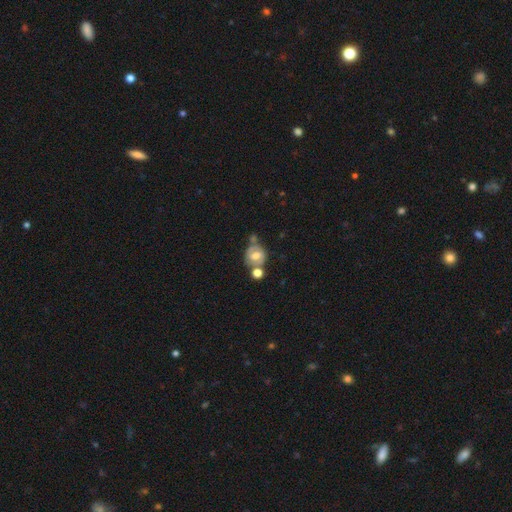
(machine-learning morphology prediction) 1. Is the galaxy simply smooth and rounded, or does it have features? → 51% featured or disk, 40% smooth, 9% star or artifact.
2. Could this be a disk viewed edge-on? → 96% no, 4% yes.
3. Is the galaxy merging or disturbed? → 44% none, 30% merger, 18% minor disturbance, 8% major disturbance.